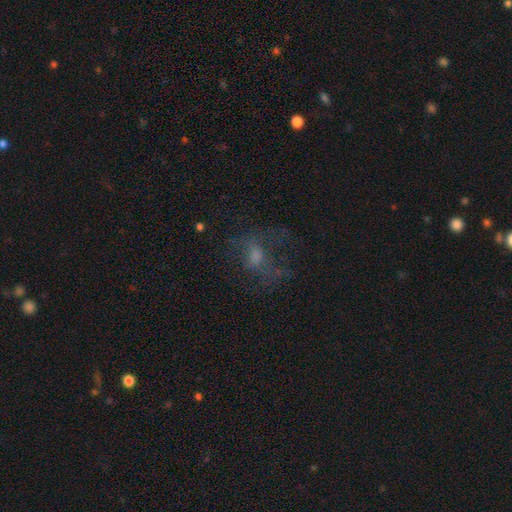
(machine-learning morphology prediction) Smooth or featured?
  - smooth: 39% *
  - featured or disk: 38%
  - star or artifact: 23%
Merging?
  - none: 48% *
  - major disturbance: 32%
  - minor disturbance: 17%
  - merger: 2%